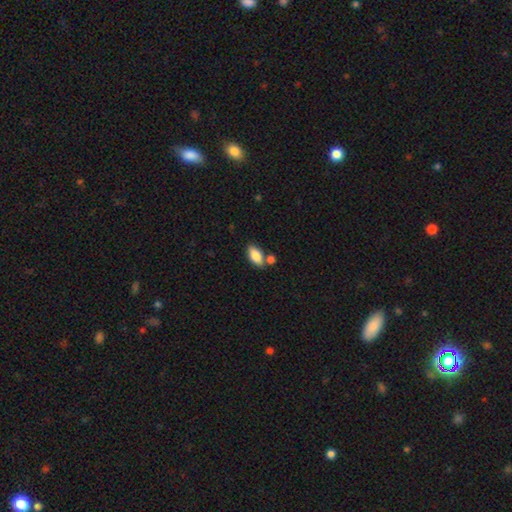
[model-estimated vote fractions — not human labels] A smooth galaxy with no disk features (81%) that is in between round and cigar-shaped (90%). Merging: none (66%).